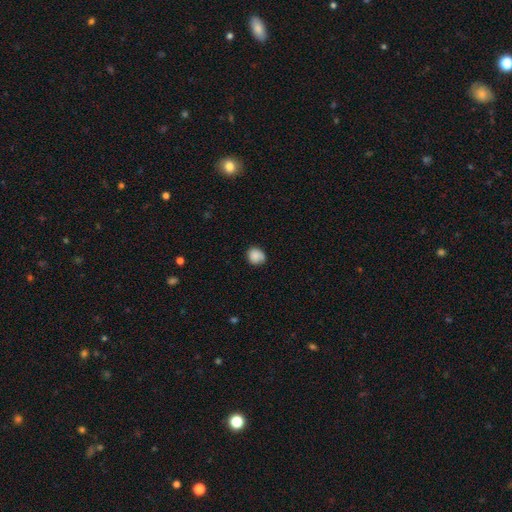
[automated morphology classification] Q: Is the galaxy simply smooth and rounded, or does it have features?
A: smooth — 84%.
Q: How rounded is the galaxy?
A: round — 78%.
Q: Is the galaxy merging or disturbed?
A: none — 70%.